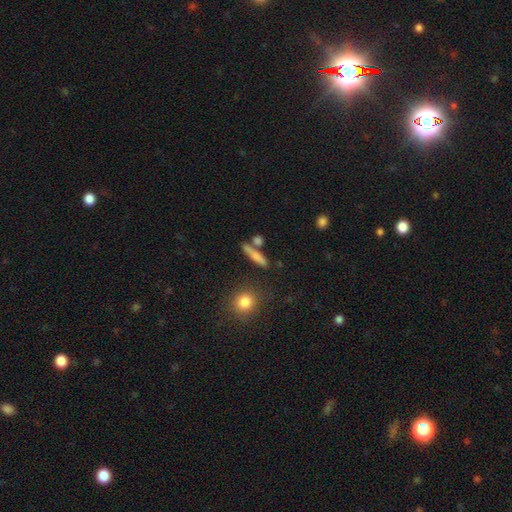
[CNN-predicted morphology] type=smooth (72%); roundness=cigar-shaped (73%); merging=none (66%).